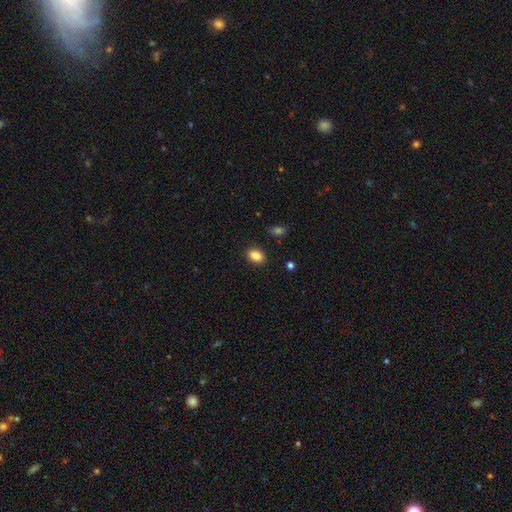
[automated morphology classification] smooth-or-featured: smooth: 86% | star or artifact: 9% | featured or disk: 5%
  how-rounded: in between: 77% | round: 22% | cigar-shaped: 1%
  merging: none: 88% | minor disturbance: 8% | major disturbance: 2% | merger: 1%